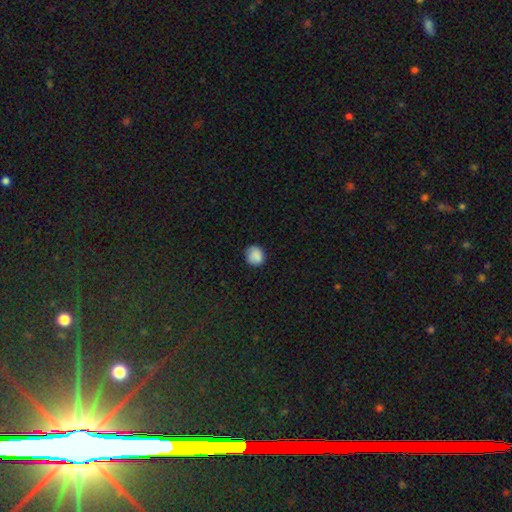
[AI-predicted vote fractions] Q: Smooth or featured?
A: smooth (86%); runner-up: star or artifact (9%)
Q: How rounded?
A: round (85%); runner-up: in between (14%)
Q: Merging?
A: none (76%); runner-up: minor disturbance (19%)